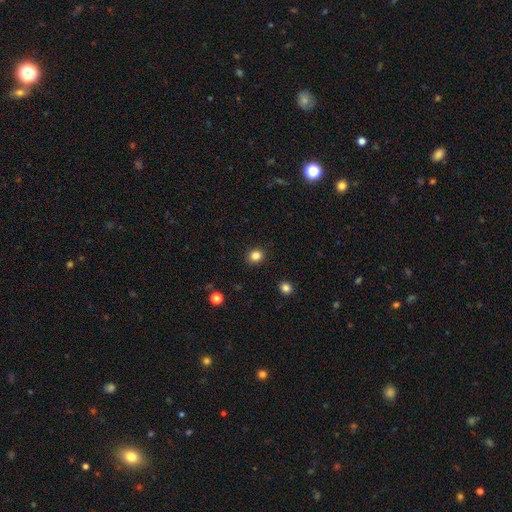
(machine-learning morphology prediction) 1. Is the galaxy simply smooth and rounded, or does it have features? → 84% smooth, 12% star or artifact, 4% featured or disk.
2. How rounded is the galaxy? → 75% round, 24% in between, 1% cigar-shaped.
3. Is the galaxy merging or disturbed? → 90% none, 7% minor disturbance, 2% major disturbance, 1% merger.